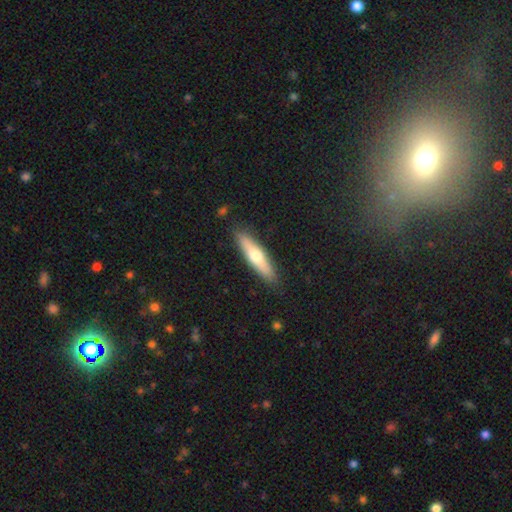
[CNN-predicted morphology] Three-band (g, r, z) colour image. It shows a smooth galaxy with no disk features (54%) that is cigar-shaped (77%). Merging: none (88%).